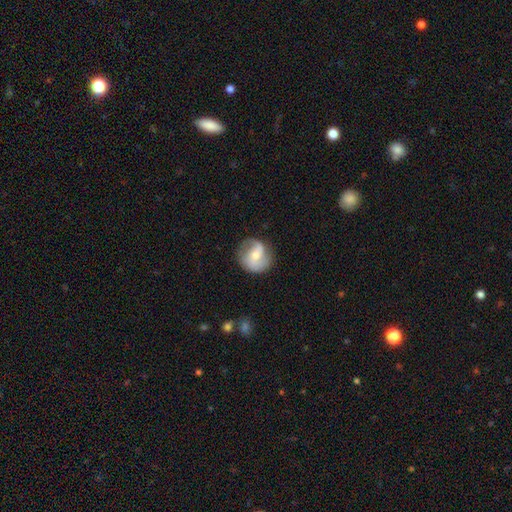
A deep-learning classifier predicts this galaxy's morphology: The model was most divided on "spiral winding": loose: 41%, medium: 40%, tight: 19%. Remaining: edge-on disk — no (97%); spiral arms — yes (88%); spiral arm count — 2 (79%); merging — none (74%); smooth or featured — featured or disk (66%); bulge size — moderate (50%); bar — weak (44%).